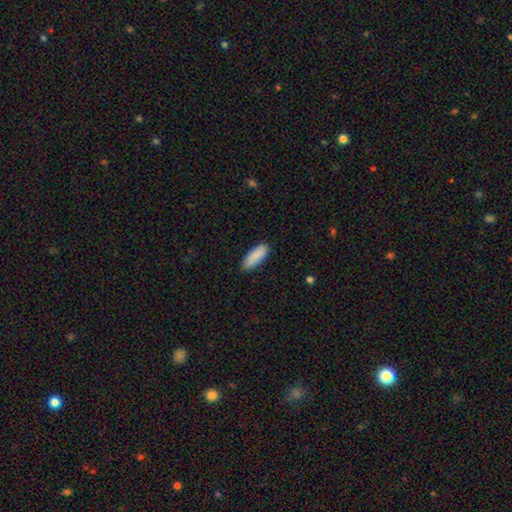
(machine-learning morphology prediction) smooth-or-featured: smooth: 89% | star or artifact: 6% | featured or disk: 5%
  how-rounded: in between: 57% | cigar-shaped: 41% | round: 2%
  merging: none: 87% | minor disturbance: 10% | major disturbance: 2% | merger: 1%